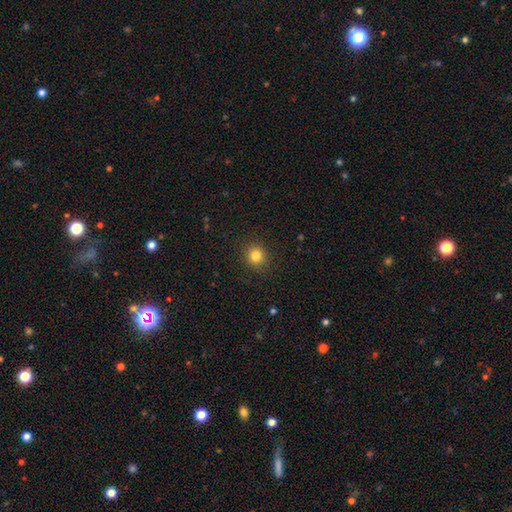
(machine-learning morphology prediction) Q: Smooth or featured?
A: smooth (82%); runner-up: star or artifact (12%)
Q: How rounded?
A: round (87%); runner-up: in between (12%)
Q: Merging?
A: none (91%); runner-up: minor disturbance (6%)